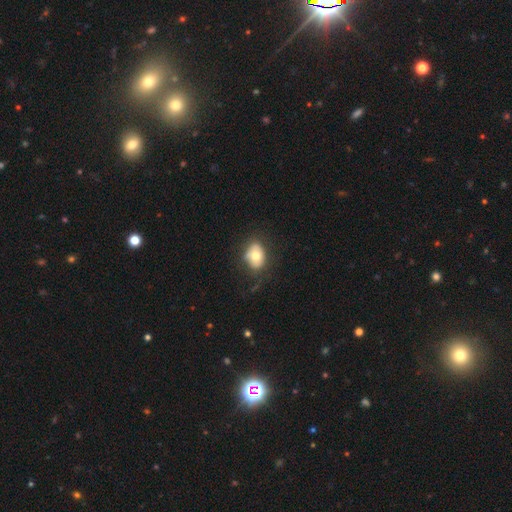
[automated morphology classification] This appears to be a smooth galaxy with no disk features (65%) that is in between round and cigar-shaped (67%). Merging: none (72%).